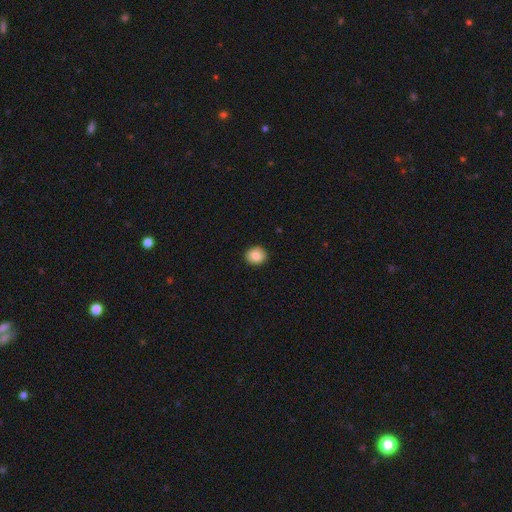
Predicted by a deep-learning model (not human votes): A smooth galaxy with no disk features (84%) that is round (78%).

Vote fractions:
- Smooth or featured? smooth: 84% / star or artifact: 9% / featured or disk: 8%
- How rounded? round: 78% / in between: 21% / cigar-shaped: 1%
- Merging? none: 91% / minor disturbance: 7% / major disturbance: 2% / merger: 1%